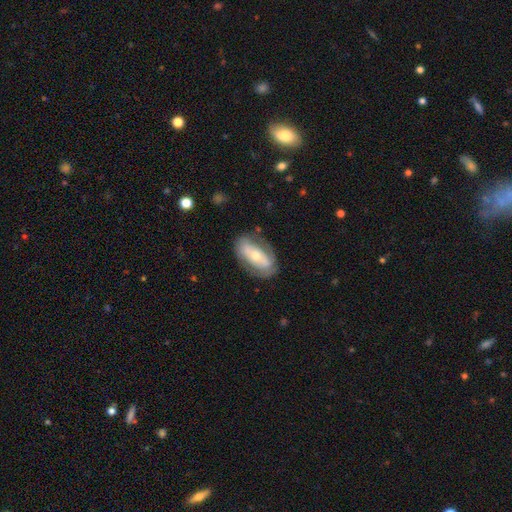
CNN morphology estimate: Smooth or featured? Predicted: featured or disk (p=0.55). Edge-on disk? Predicted: no (p=0.87). Merging? Predicted: none (p=0.73).